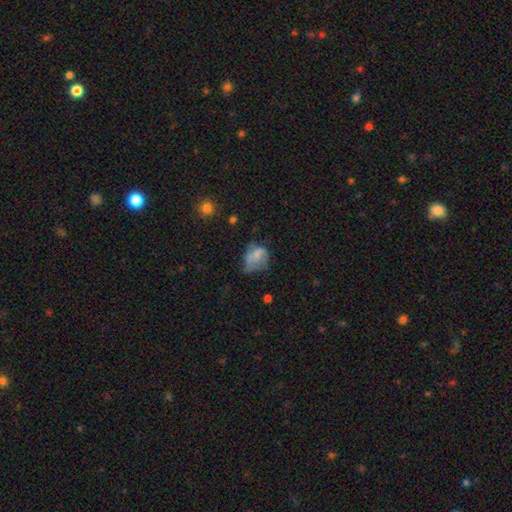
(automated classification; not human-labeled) smooth_or_featured: smooth (p=0.61) [alt: featured or disk p=0.27]
how_rounded: in between (p=0.75) [alt: round p=0.24]
merging: major disturbance (p=0.37) [alt: minor disturbance p=0.32]